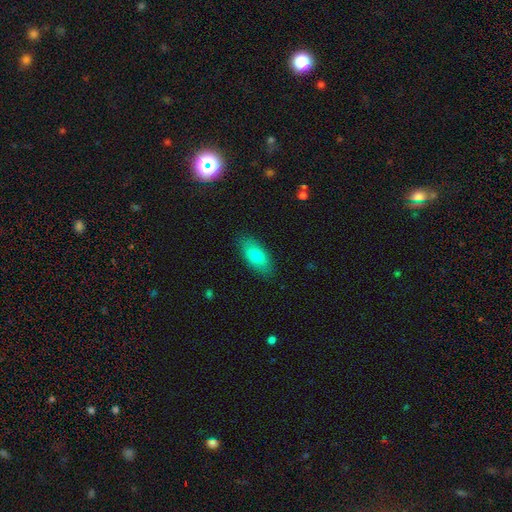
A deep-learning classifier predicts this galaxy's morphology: Q: Smooth or featured?
A: smooth (76%); runner-up: featured or disk (18%)
Q: How rounded?
A: in between (85%); runner-up: cigar-shaped (12%)
Q: Merging?
A: none (87%); runner-up: minor disturbance (10%)